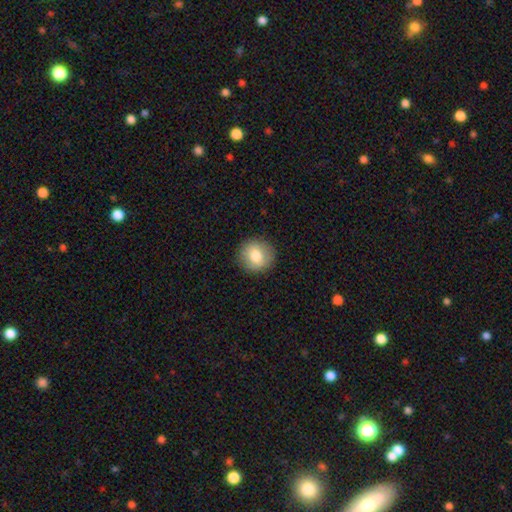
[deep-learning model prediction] This appears to be a smooth galaxy with no disk features (77%) that is round (91%). Merging: none (90%).